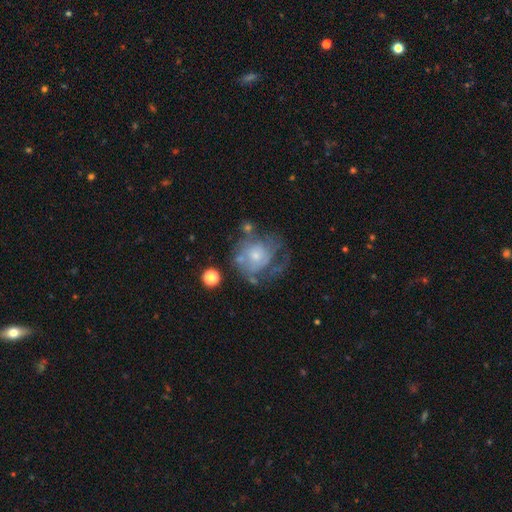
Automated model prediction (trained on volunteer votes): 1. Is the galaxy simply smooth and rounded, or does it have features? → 62% featured or disk, 29% smooth, 9% star or artifact.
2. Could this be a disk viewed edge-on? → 97% no, 3% yes.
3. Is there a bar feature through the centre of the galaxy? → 84% no, 14% weak, 2% strong.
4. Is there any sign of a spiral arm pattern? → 62% yes, 38% no.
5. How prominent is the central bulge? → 54% small, 36% moderate, 5% none, 4% large, 1% dominant.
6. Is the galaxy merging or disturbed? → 36% none, 35% major disturbance, 22% minor disturbance, 7% merger.